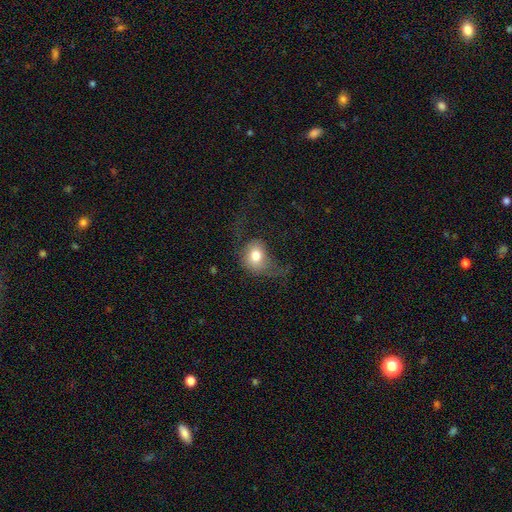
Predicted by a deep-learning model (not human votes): smooth_or_featured: smooth (p=0.73) [alt: featured or disk p=0.18]
how_rounded: round (p=0.58) [alt: in between p=0.40]
merging: major disturbance (p=0.41) [alt: none p=0.33]